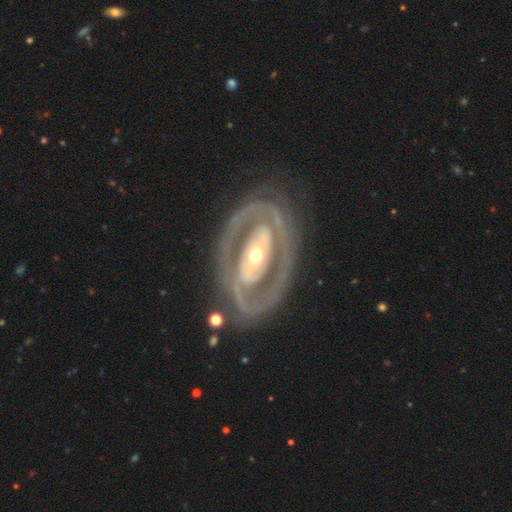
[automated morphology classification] Smooth or featured? featured or disk (84%)
Edge-on disk? no (94%)
Bar? no (50%)
Spiral arms? yes (59%)
Bulge size? moderate (50%)
Merging? none (76%)